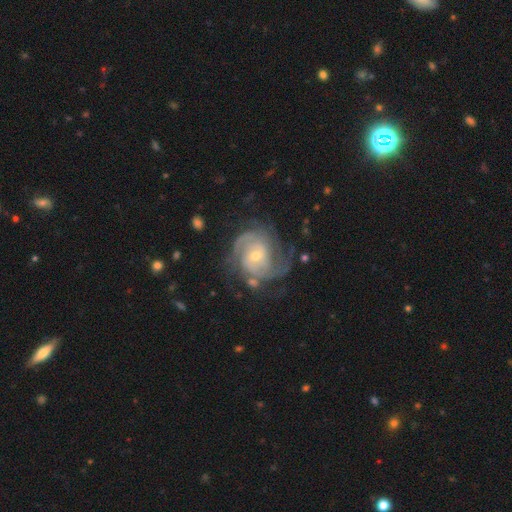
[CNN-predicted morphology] smooth_or_featured: featured or disk (p=0.88) [alt: smooth p=0.07]
disk_edge_on: no (p=0.98) [alt: yes p=0.02]
bar: no (p=0.60) [alt: weak p=0.32]
has_spiral_arms: yes (p=0.96) [alt: no p=0.04]
spiral_winding: tight (p=0.53) [alt: medium p=0.37]
spiral_arm_count: 2 (p=0.43) [alt: can't tell p=0.21]
bulge_size: small (p=0.54) [alt: moderate p=0.42]
merging: none (p=0.64) [alt: minor disturbance p=0.19]